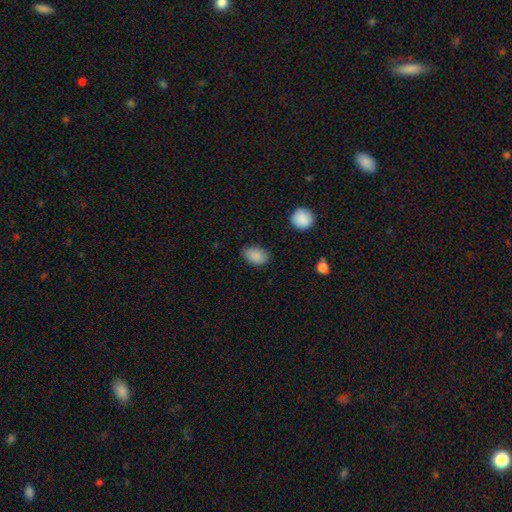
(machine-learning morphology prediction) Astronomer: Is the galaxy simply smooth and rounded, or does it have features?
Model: smooth — 87%.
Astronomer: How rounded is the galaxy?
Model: in between — 84%.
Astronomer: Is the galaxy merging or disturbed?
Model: none — 76%.